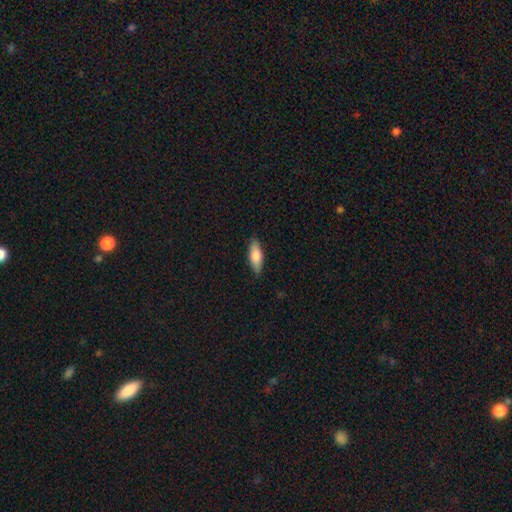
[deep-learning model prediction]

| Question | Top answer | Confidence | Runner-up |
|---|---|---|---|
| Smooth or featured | smooth | 80% | featured or disk (14%) |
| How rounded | in between | 65% | cigar-shaped (33%) |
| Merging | none | 86% | minor disturbance (11%) |